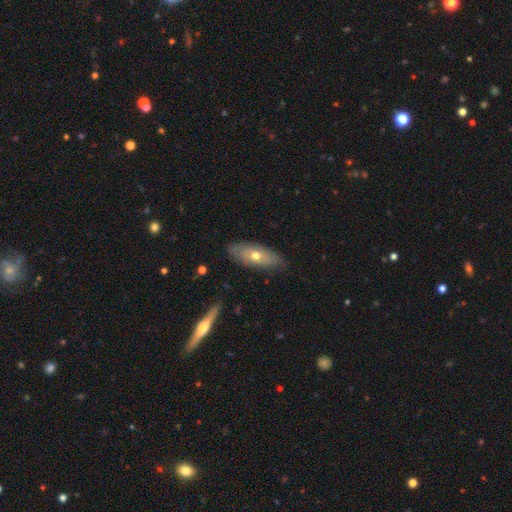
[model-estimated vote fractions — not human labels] This appears to be a smooth galaxy with no disk features (50%). Merging: none (82%).